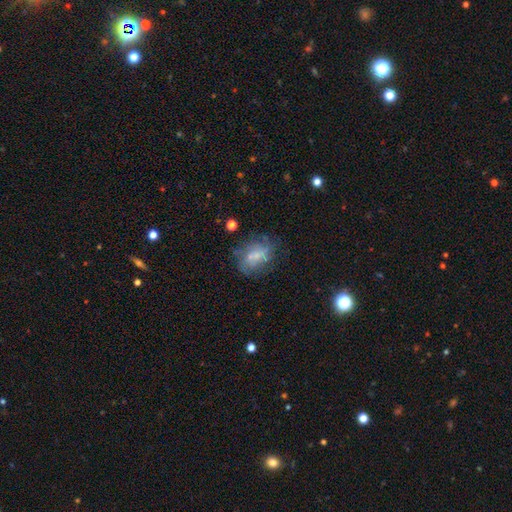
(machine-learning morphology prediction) Smooth or featured: smooth — 45% (featured or disk — 43%)
Merging: none — 54% (minor disturbance — 23%)